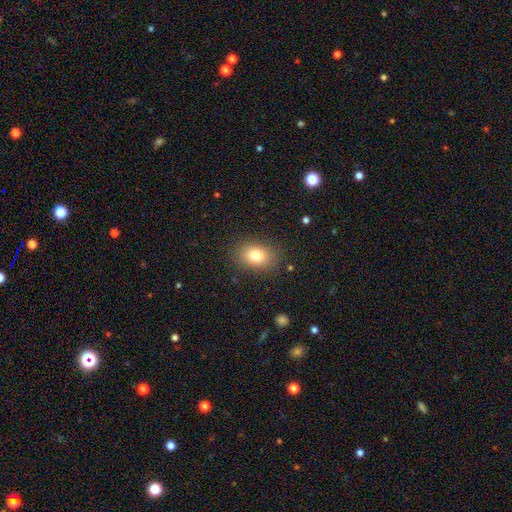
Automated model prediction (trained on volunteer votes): smooth 78%, star or artifact 11%, featured or disk 10%. Down the decision tree: how rounded — in between (68%); merging — none (85%).